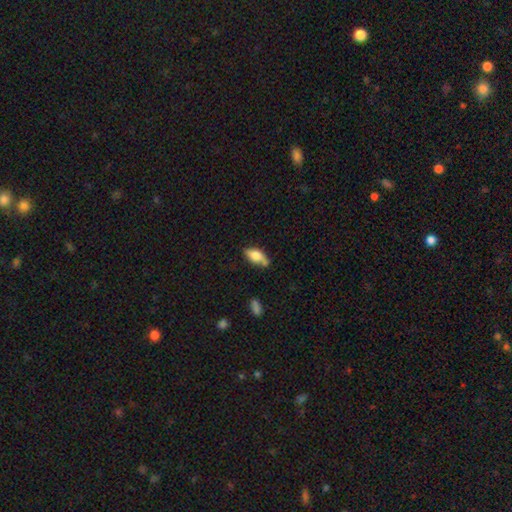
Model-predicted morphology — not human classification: Smooth or featured? smooth (66%)
How rounded? in between (83%)
Merging? none (59%)